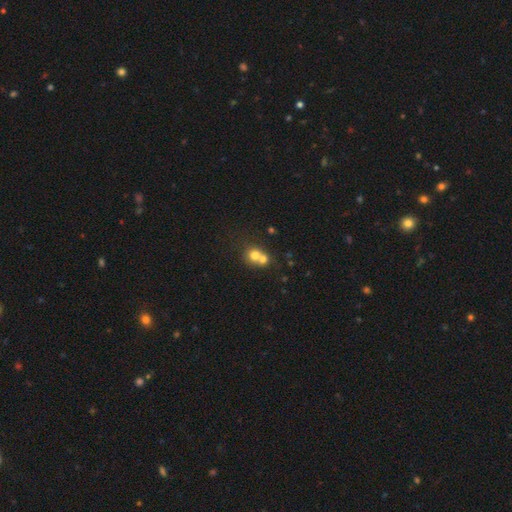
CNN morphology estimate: Smooth or featured? smooth (71%)
How rounded? round (80%)
Merging? merger (60%)